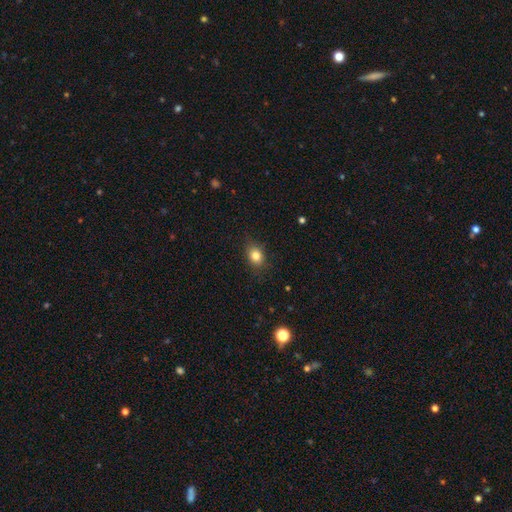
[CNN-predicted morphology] A smooth galaxy with no disk features (83%) that is in between round and cigar-shaped (58%). Merging: none (82%).